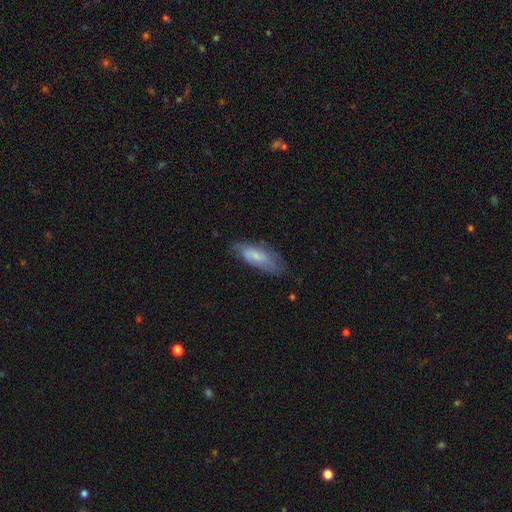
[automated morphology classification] Smooth or featured: smooth — 49% (featured or disk — 44%)
Merging: none — 62% (minor disturbance — 27%)